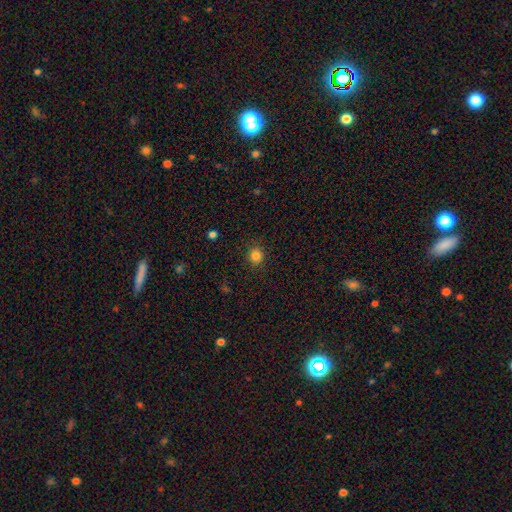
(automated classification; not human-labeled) smooth 83%, star or artifact 12%, featured or disk 4%. Down the decision tree: how rounded — round (86%); merging — none (89%).